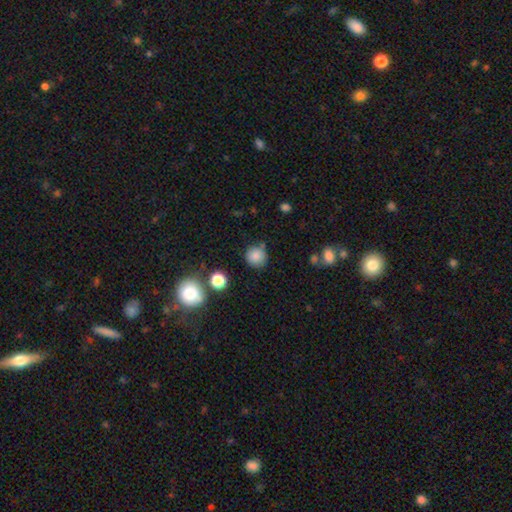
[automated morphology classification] Smooth or featured: smooth — 83% (star or artifact — 11%)
How rounded: round — 91% (in between — 8%)
Merging: none — 79% (minor disturbance — 13%)